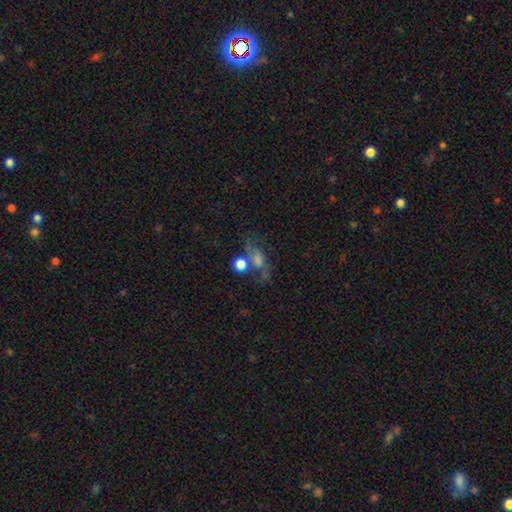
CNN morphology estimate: type=featured or disk (46%); merging=none (50%).